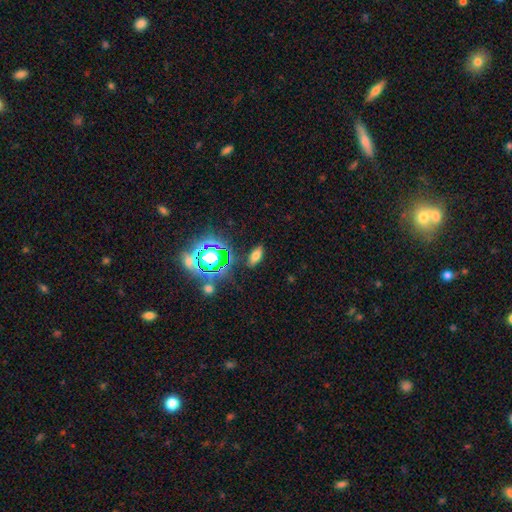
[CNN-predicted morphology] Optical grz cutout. It shows a smooth galaxy with no disk features (65%) that is in between round and cigar-shaped (83%). Merging: none (86%).